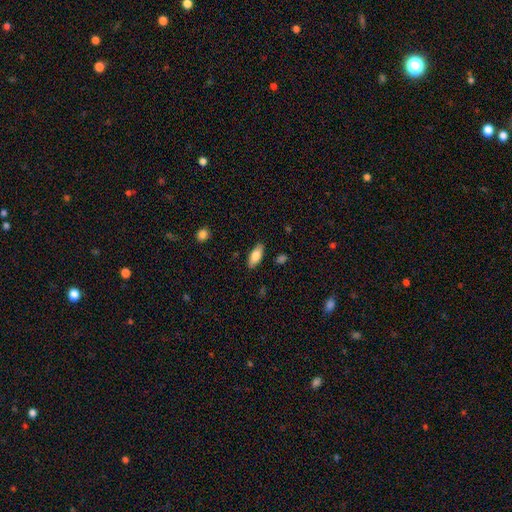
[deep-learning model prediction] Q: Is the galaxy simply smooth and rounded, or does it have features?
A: smooth — 79%.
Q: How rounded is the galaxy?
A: in between — 84%.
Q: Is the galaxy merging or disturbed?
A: none — 87%.